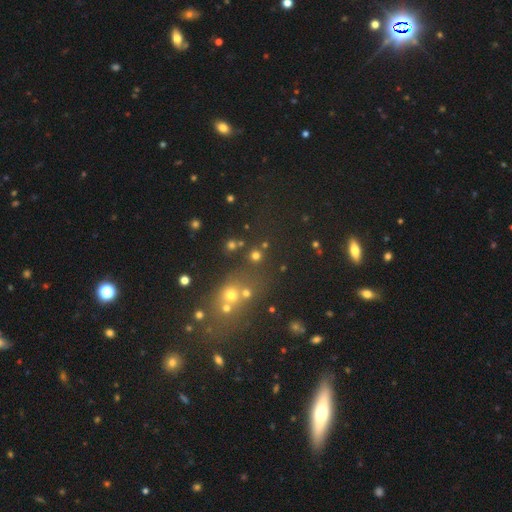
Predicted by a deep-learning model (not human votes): A smooth galaxy with no disk features (66%) that is round (91%).

Vote fractions:
- Smooth or featured? smooth: 66% / star or artifact: 26% / featured or disk: 7%
- How rounded? round: 91% / in between: 8% / cigar-shaped: 1%
- Merging? none: 75% / merger: 14% / minor disturbance: 7% / major disturbance: 4%